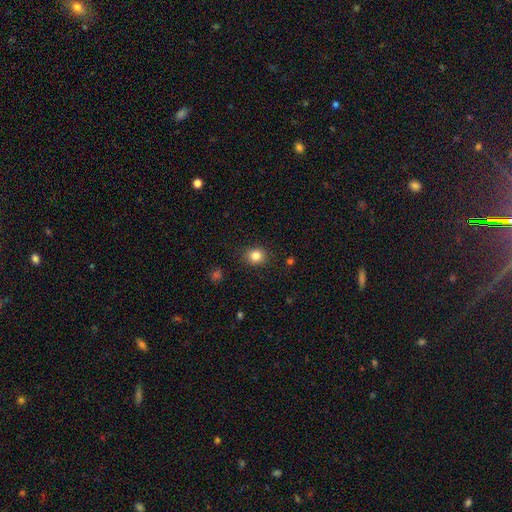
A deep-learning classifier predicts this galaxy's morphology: smooth-or-featured: smooth: 83% | star or artifact: 11% | featured or disk: 5%
  how-rounded: round: 76% | in between: 23% | cigar-shaped: 1%
  merging: none: 89% | minor disturbance: 8% | major disturbance: 2% | merger: 1%